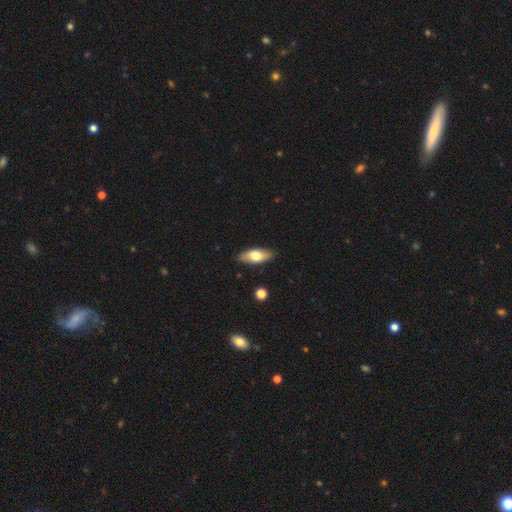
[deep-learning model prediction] smooth 70%, featured or disk 23%, star or artifact 6%. Down the decision tree: how rounded — in between (81%); merging — none (87%).